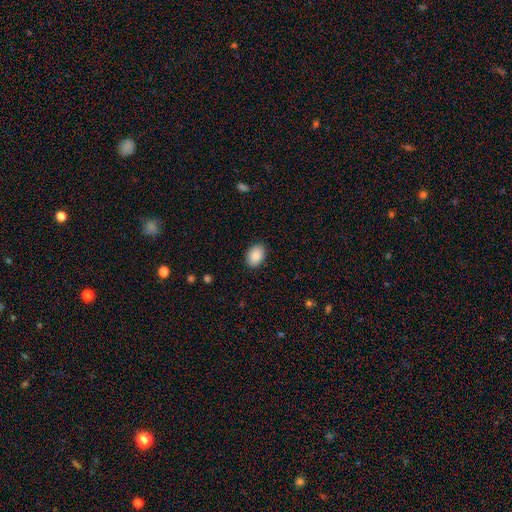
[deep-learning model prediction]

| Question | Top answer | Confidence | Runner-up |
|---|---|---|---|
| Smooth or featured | smooth | 88% | star or artifact (7%) |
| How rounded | in between | 82% | round (17%) |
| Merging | none | 88% | minor disturbance (9%) |